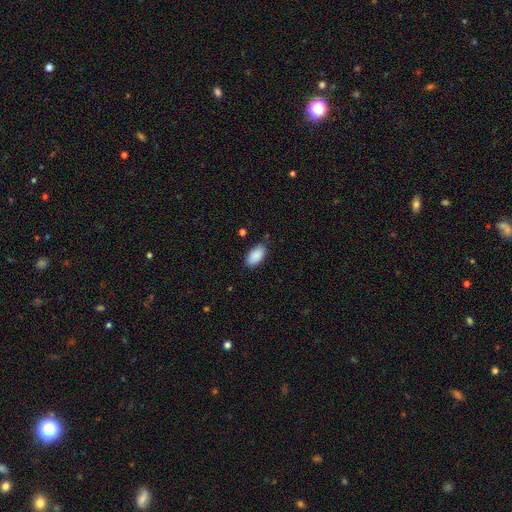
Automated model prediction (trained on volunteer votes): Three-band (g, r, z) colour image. It shows a smooth galaxy with no disk features (90%) that is in between round and cigar-shaped (95%). Merging: none (81%).